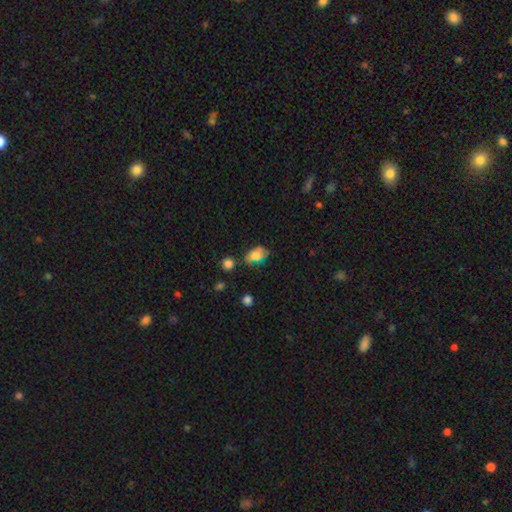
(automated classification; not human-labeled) smooth 69%, featured or disk 18%, star or artifact 13%. Down the decision tree: how rounded — in between (82%); merging — none (54%).